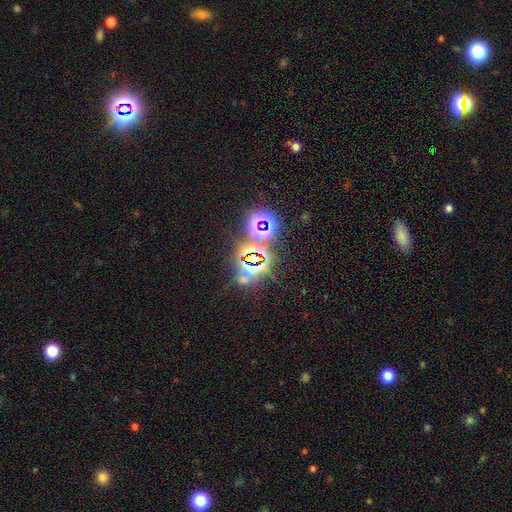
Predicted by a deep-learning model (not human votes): A star or artifact, not a galaxy (78%).

Vote fractions:
- Smooth or featured? star or artifact: 78% / smooth: 14% / featured or disk: 8%